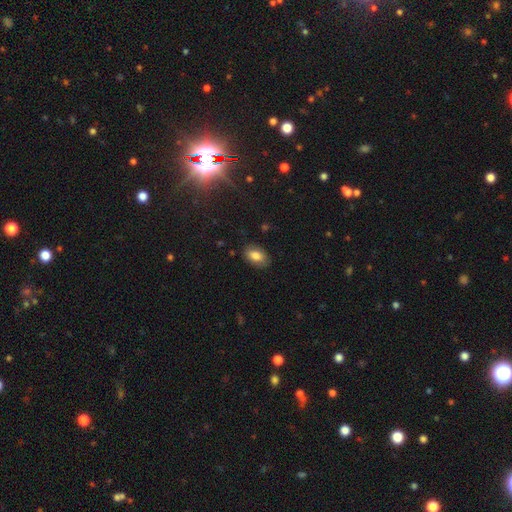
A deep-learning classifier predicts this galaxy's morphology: Q: Smooth or featured?
A: smooth (82%); runner-up: featured or disk (10%)
Q: How rounded?
A: in between (90%); runner-up: round (9%)
Q: Merging?
A: none (84%); runner-up: minor disturbance (12%)